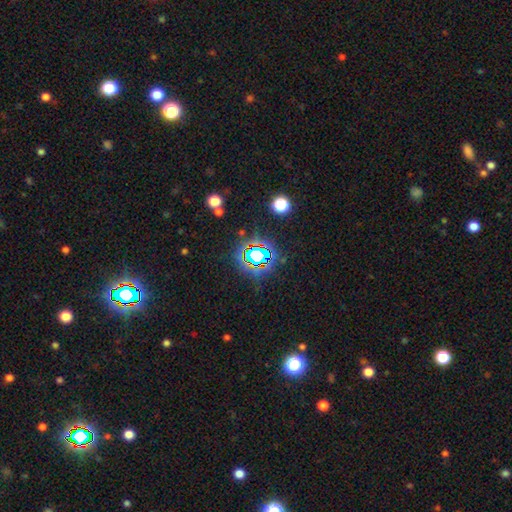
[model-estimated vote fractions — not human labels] Q: Smooth or featured?
A: star or artifact (69%); runner-up: smooth (19%)